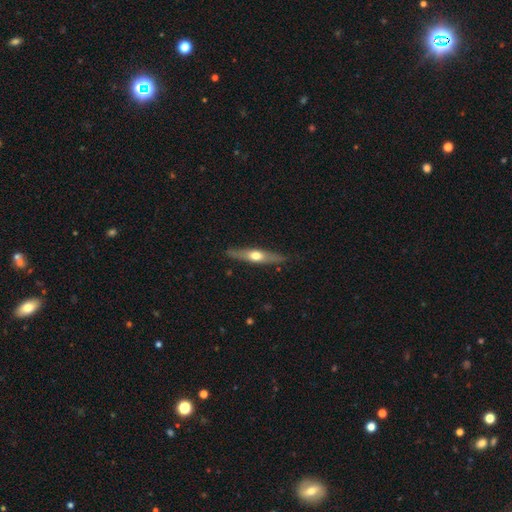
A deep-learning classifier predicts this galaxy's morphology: Overall: featured or disk (59%; smooth 35%). Edge-on disk: yes (92%). Edge-on bulge: rounded (93%). Merging: none (86%).